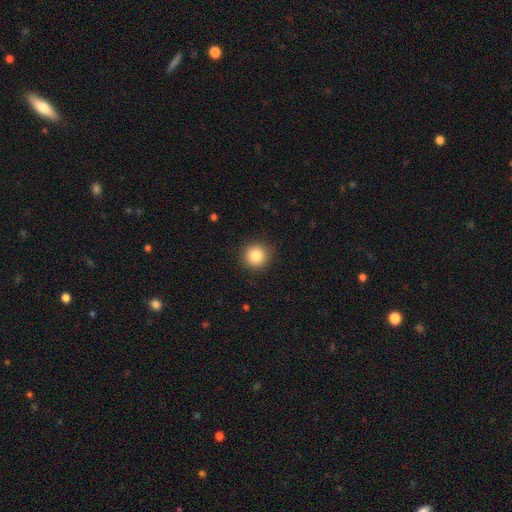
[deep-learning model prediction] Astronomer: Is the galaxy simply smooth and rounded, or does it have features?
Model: smooth — 84%.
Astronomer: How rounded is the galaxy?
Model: round — 94%.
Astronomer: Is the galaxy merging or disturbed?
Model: none — 91%.